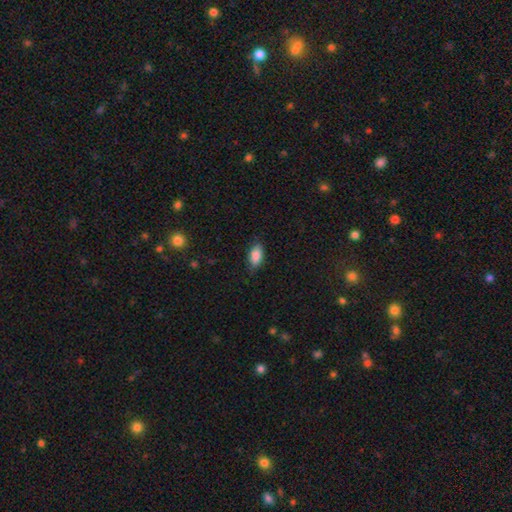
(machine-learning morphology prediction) Smooth or featured? Predicted: smooth (p=0.87). How rounded? Predicted: in between (p=0.91). Merging? Predicted: none (p=0.81).